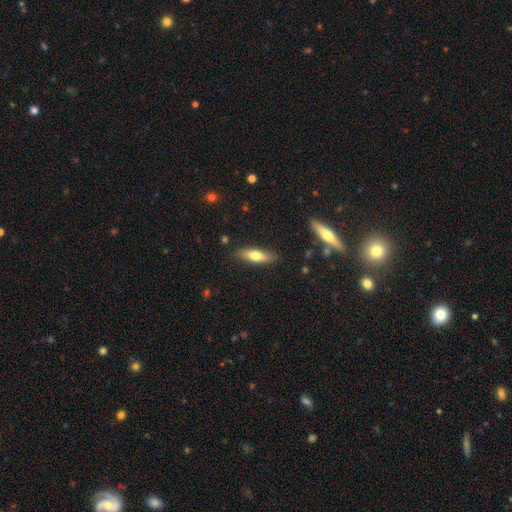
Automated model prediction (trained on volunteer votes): This appears to be a smooth galaxy with no disk features (68%) that is cigar-shaped (60%). Merging: none (85%).